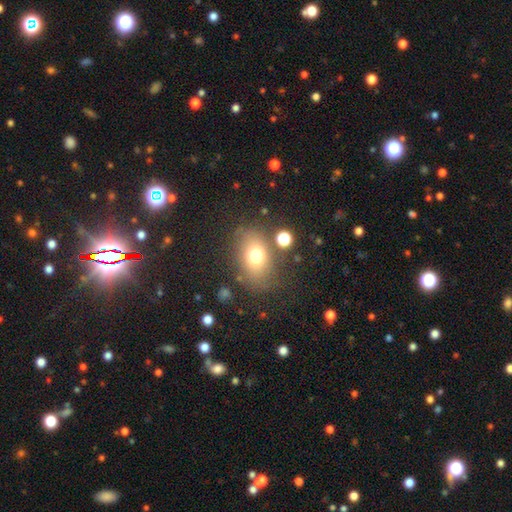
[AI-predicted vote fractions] Smooth or featured? Predicted: smooth (p=0.72). How rounded? Predicted: in between (p=0.71). Merging? Predicted: none (p=0.72).